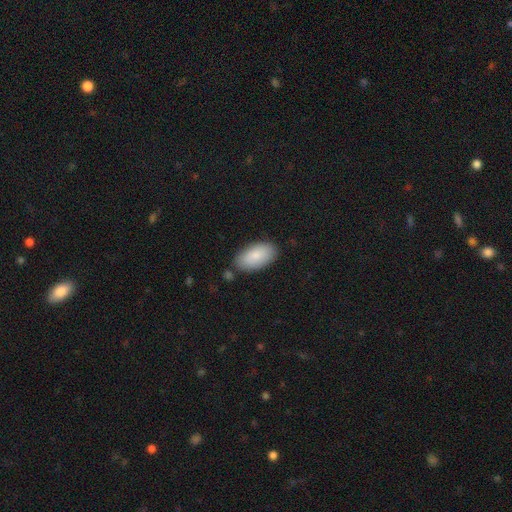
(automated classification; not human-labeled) Smooth or featured? smooth (86%)
How rounded? in between (95%)
Merging? none (81%)